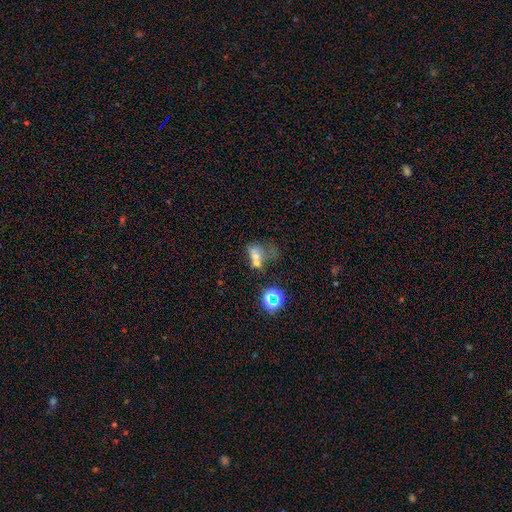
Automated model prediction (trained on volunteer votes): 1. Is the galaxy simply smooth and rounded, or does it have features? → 46% smooth, 30% featured or disk, 24% star or artifact.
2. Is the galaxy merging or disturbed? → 50% merger, 21% none, 17% major disturbance, 11% minor disturbance.